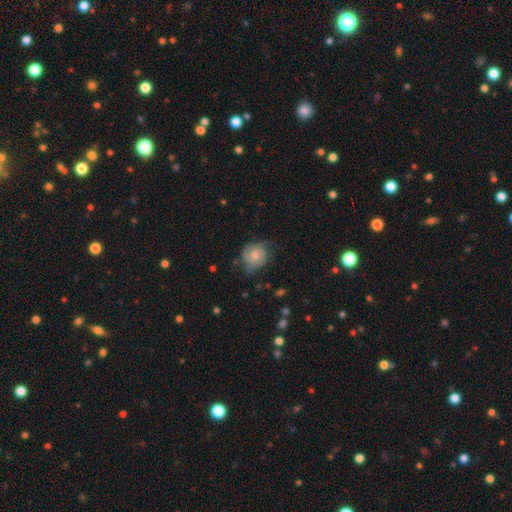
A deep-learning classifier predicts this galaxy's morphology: Q: Smooth or featured?
A: smooth (54%); runner-up: featured or disk (38%)
Q: How rounded?
A: round (72%); runner-up: in between (27%)
Q: Merging?
A: none (51%); runner-up: minor disturbance (33%)